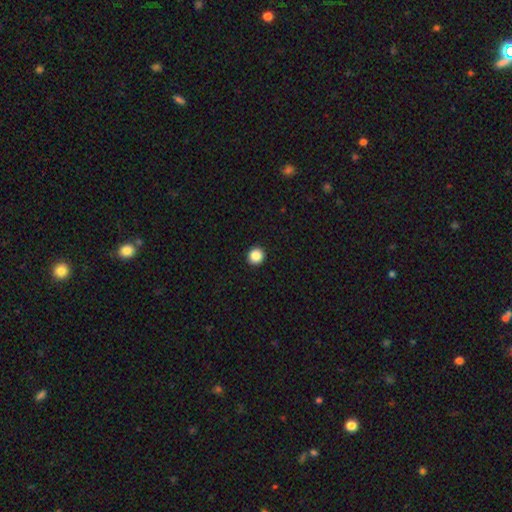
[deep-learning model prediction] A smooth galaxy with no disk features (87%) that is round (94%). Merging: none (94%).